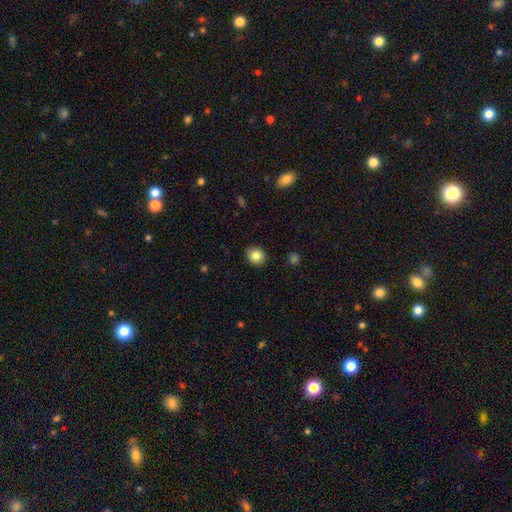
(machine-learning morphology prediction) This appears to be a smooth galaxy with no disk features (85%) that is round (77%). Merging: none (90%).